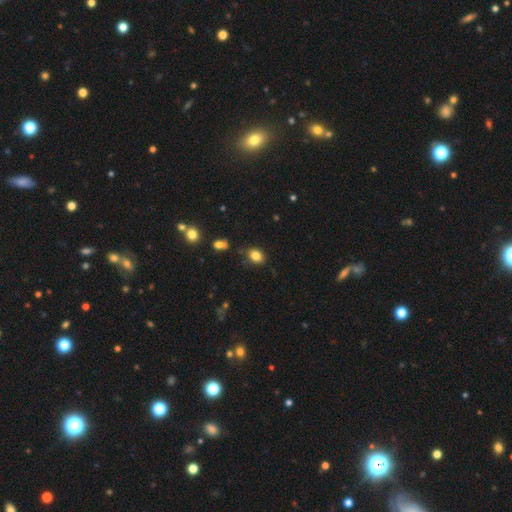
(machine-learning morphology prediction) type=smooth (83%); roundness=in between (63%); merging=none (77%).